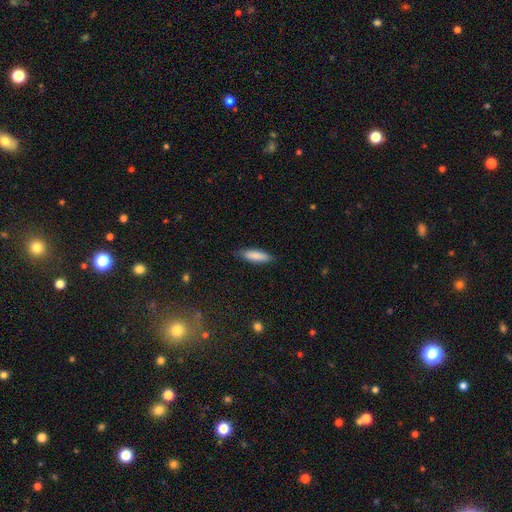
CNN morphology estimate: Smooth or featured: smooth — 87% (featured or disk — 8%)
How rounded: cigar-shaped — 61% (in between — 37%)
Merging: none — 85% (minor disturbance — 12%)